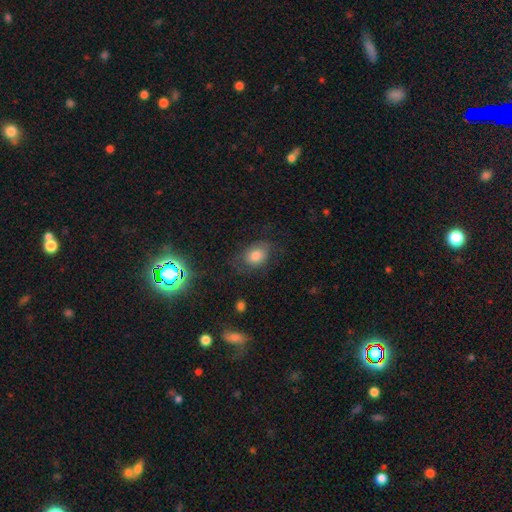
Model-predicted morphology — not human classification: smooth 73%, featured or disk 15%, star or artifact 12%. Down the decision tree: how rounded — in between (72%); merging — none (63%).